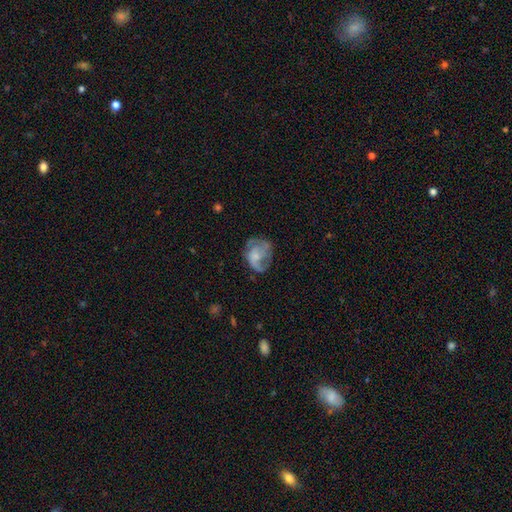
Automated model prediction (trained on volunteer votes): Overall: featured or disk (60%; smooth 32%). Edge-on disk: no (98%). Bar: no (71%). Spiral arms: yes (78%). Bulge size: small (48%; moderate 25%). Merging: none (47%; major disturbance 26%).